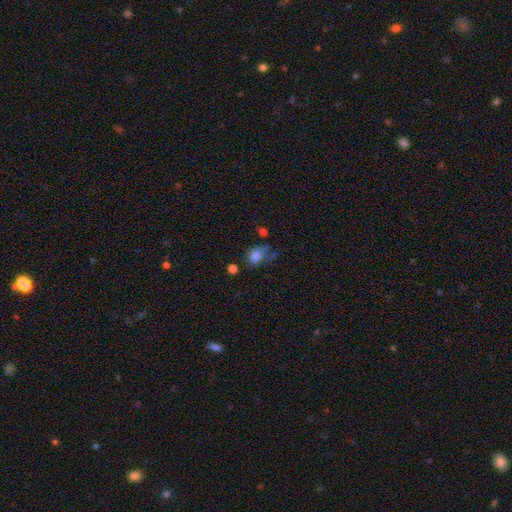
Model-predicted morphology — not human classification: Smooth or featured: smooth — 78% (star or artifact — 11%)
How rounded: round — 51% (in between — 48%)
Merging: none — 46% (minor disturbance — 27%)